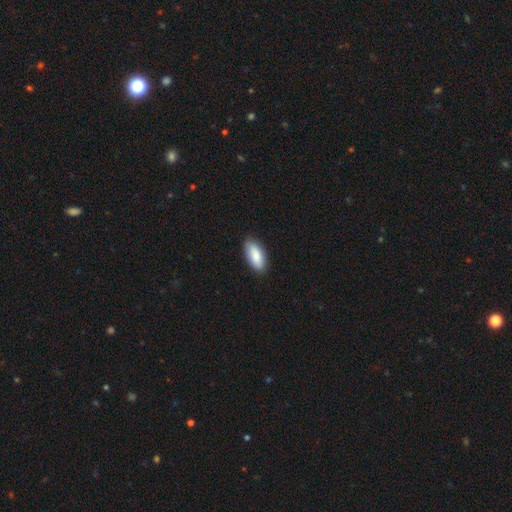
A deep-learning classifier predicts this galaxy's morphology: This is clearly a smooth galaxy (87%). How rounded: clearly in between (89%). Merging: clearly none (88%).